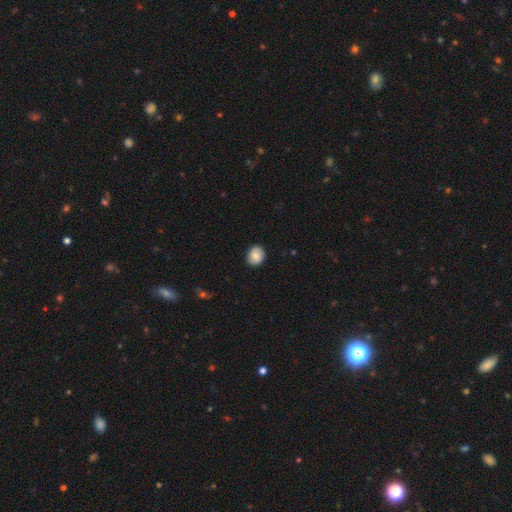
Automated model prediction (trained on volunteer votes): smooth_or_featured: smooth (p=0.77) [alt: featured or disk p=0.15]
how_rounded: round (p=0.60) [alt: in between p=0.39]
merging: none (p=0.87) [alt: minor disturbance p=0.10]